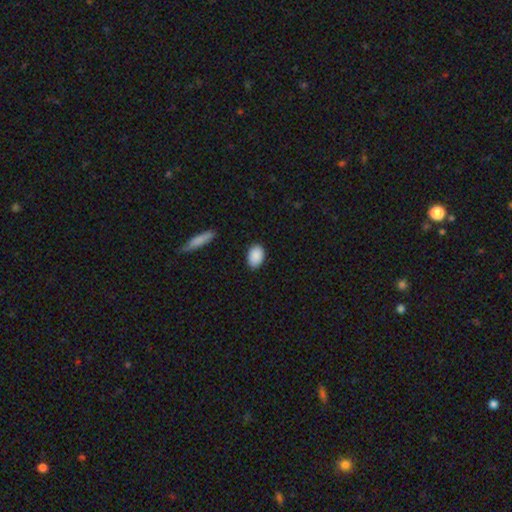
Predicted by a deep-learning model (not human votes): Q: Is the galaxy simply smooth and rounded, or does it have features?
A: smooth — 90%.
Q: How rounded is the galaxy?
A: in between — 87%.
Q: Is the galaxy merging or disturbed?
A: none — 87%.